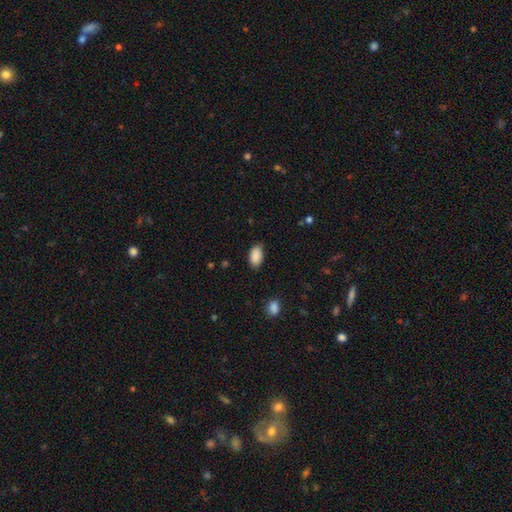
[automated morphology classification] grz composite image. It shows a smooth galaxy with no disk features (90%) that is in between round and cigar-shaped (94%). Merging: none (83%).